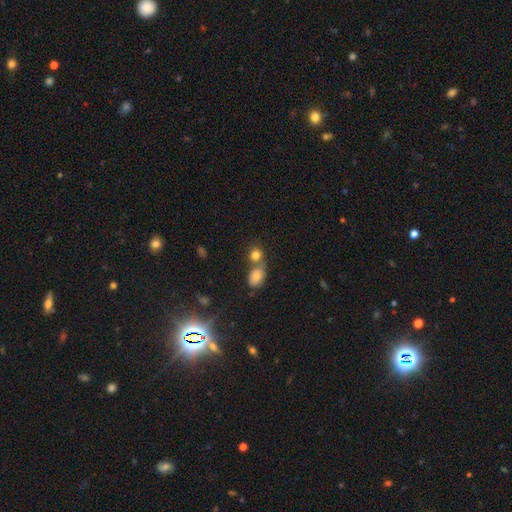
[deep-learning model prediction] This appears to be a smooth galaxy with no disk features (74%) that is round (63%). Merging: merger (45%).